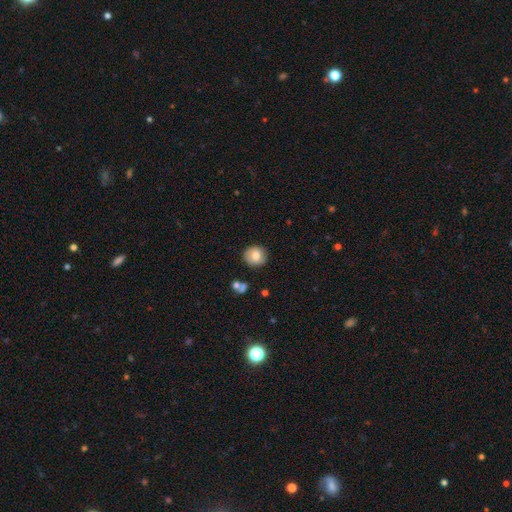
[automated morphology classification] smooth 77%, featured or disk 14%, star or artifact 9%. Down the decision tree: how rounded — round (88%); merging — none (85%).